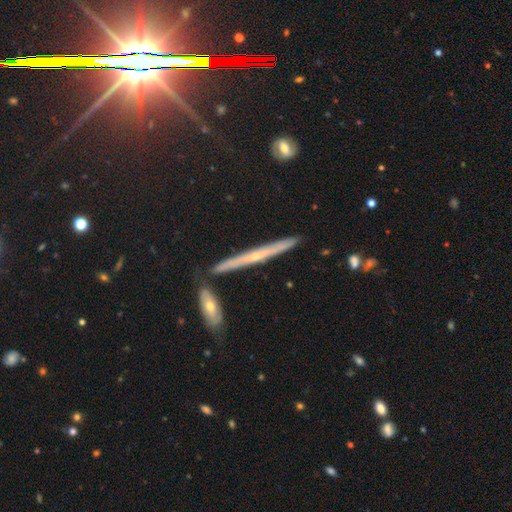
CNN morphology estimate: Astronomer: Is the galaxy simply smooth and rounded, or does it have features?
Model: featured or disk — 68%.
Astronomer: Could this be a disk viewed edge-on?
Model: yes — 96%.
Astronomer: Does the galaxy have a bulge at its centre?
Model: rounded — 61%.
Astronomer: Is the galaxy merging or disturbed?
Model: none — 86%.